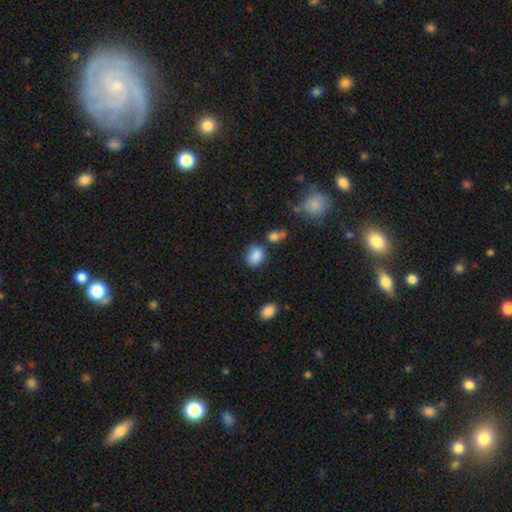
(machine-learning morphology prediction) A smooth galaxy with no disk features (86%) that is in between round and cigar-shaped (55%). Merging: none (68%).